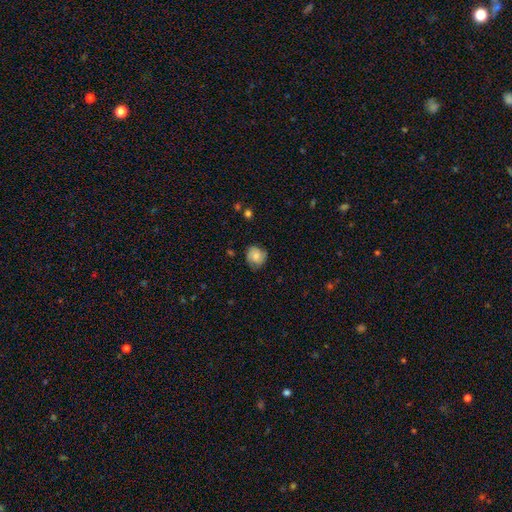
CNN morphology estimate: A smooth galaxy with no disk features (71%) that is round (83%).

Vote fractions:
- Smooth or featured? smooth: 71% / featured or disk: 21% / star or artifact: 8%
- How rounded? round: 83% / in between: 16% / cigar-shaped: 1%
- Merging? none: 73% / minor disturbance: 21% / major disturbance: 5% / merger: 1%